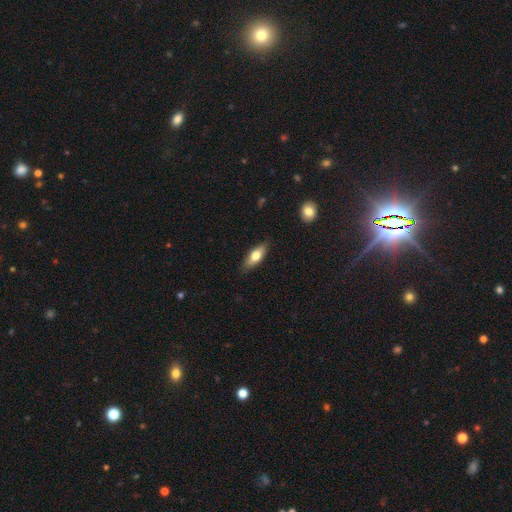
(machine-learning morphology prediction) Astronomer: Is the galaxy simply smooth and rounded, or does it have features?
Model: smooth — 70%.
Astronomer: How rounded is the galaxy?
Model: in between — 71%.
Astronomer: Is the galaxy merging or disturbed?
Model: none — 85%.